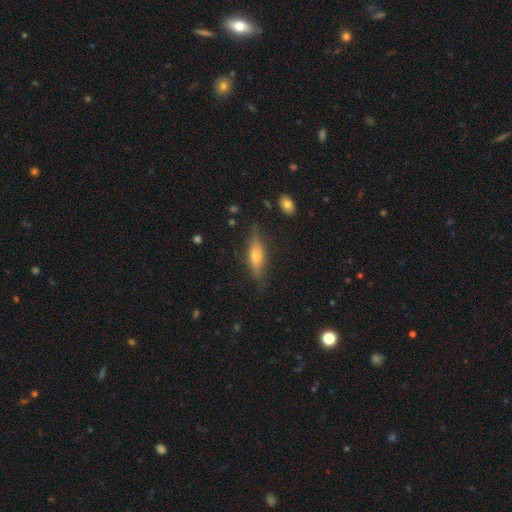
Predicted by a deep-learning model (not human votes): Smooth or featured?
  - smooth: 48% *
  - featured or disk: 45%
  - star or artifact: 8%
Merging?
  - none: 80% *
  - minor disturbance: 15%
  - major disturbance: 4%
  - merger: 1%